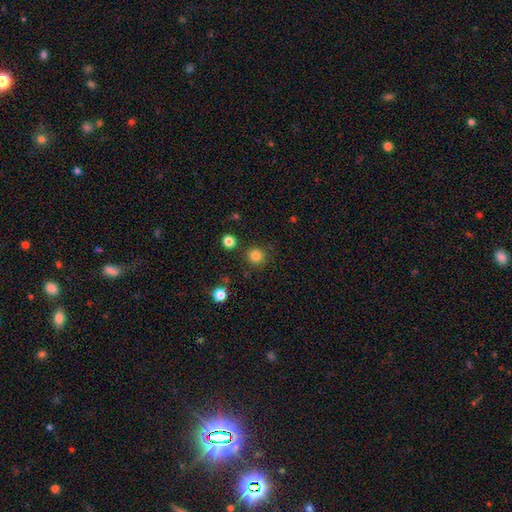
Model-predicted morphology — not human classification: Smooth or featured: smooth — 82% (star or artifact — 13%)
How rounded: round — 94% (in between — 5%)
Merging: none — 88% (minor disturbance — 6%)